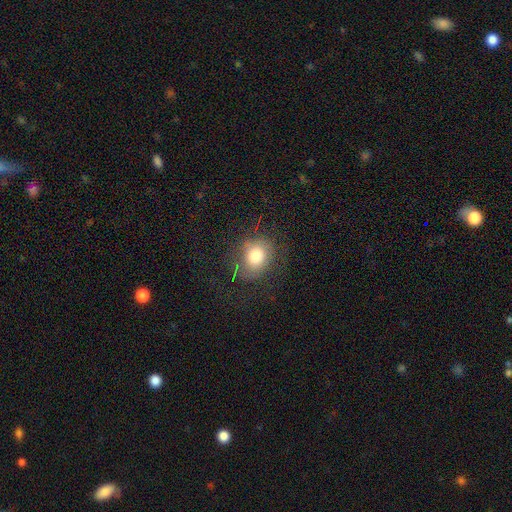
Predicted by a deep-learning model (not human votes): This is likely a smooth galaxy (73%). How rounded: possibly round (60%). Merging: likely none (65%).